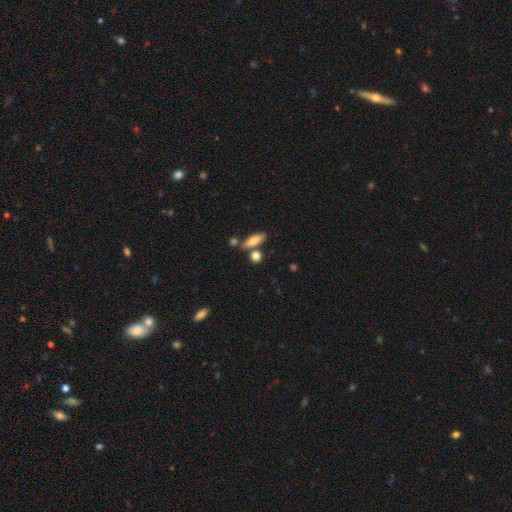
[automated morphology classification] Overall: smooth (81%). How rounded: in between (44%; round 36%). Merging: none (66%).